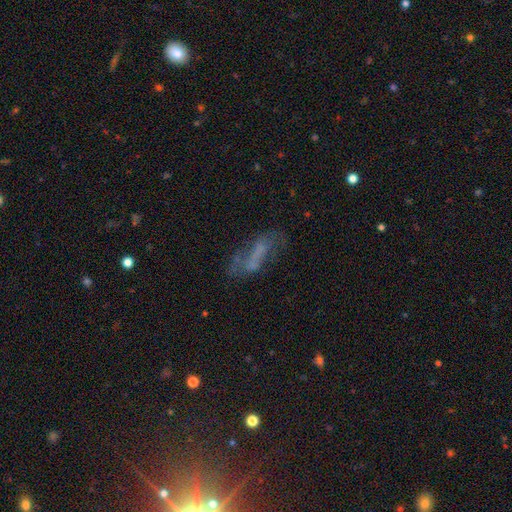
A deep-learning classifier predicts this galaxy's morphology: Smooth or featured?
  - featured or disk: 46% *
  - smooth: 37%
  - star or artifact: 18%
Merging?
  - none: 48% *
  - major disturbance: 23%
  - minor disturbance: 22%
  - merger: 7%